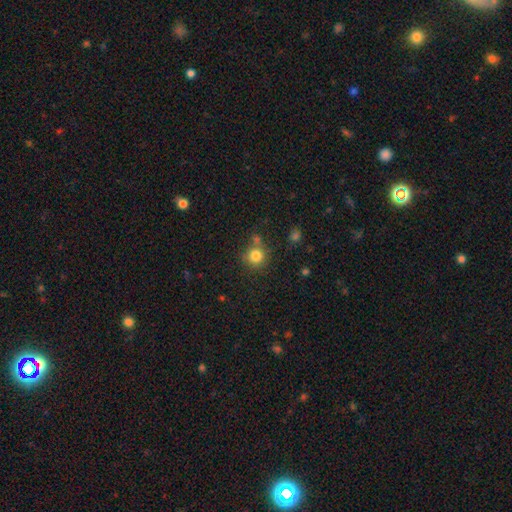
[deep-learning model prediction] This is clearly a smooth galaxy (82%). How rounded: clearly round (91%). Merging: likely none (71%).